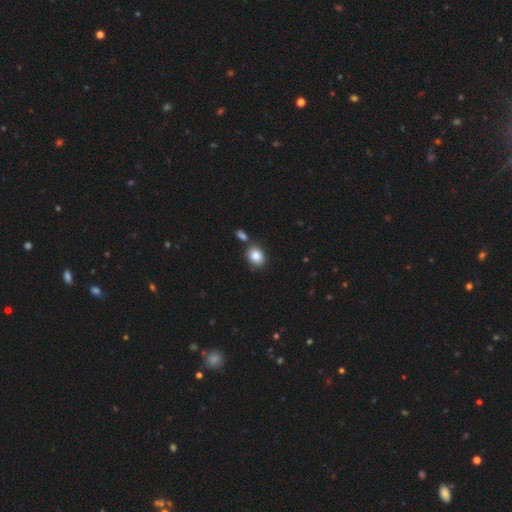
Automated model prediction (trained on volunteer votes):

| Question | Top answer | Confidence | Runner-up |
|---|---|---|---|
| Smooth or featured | smooth | 85% | star or artifact (8%) |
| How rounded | in between | 58% | round (41%) |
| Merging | none | 70% | merger (15%) |